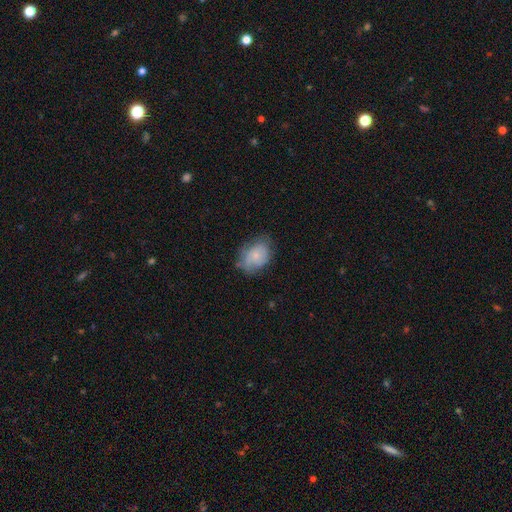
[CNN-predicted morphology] Q: Smooth or featured?
A: smooth (62%); runner-up: featured or disk (30%)
Q: How rounded?
A: in between (69%); runner-up: round (30%)
Q: Merging?
A: none (56%); runner-up: minor disturbance (31%)